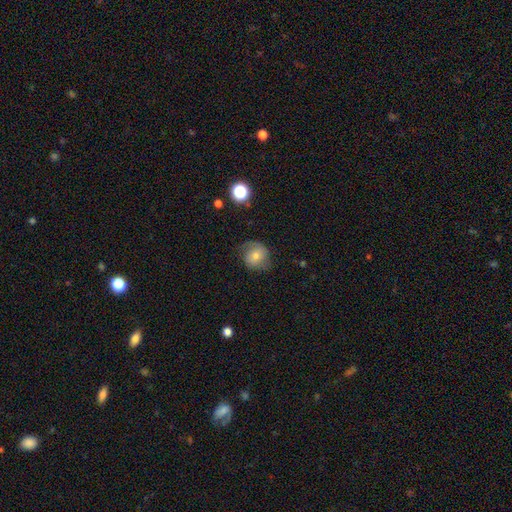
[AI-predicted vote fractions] smooth 53%, featured or disk 37%, star or artifact 10%. Down the decision tree: how rounded — round (79%); merging — none (64%).